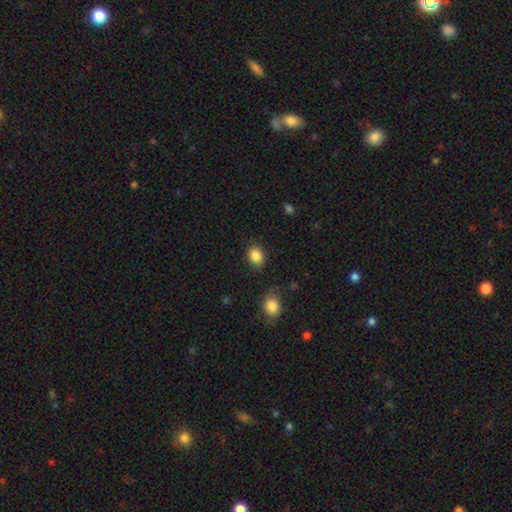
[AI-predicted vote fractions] smooth 86%, star or artifact 9%, featured or disk 5%. Down the decision tree: how rounded — in between (59%); merging — none (84%).